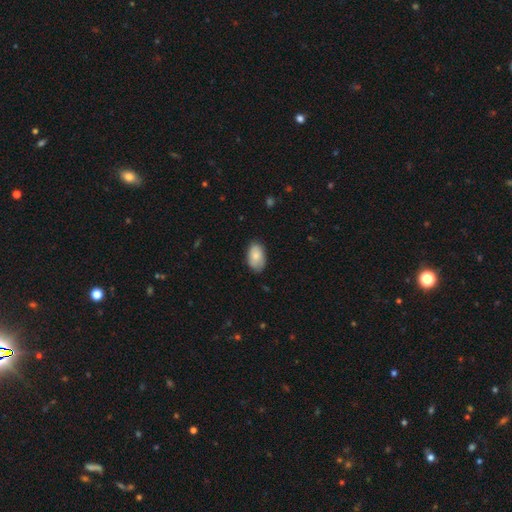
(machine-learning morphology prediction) type=smooth (79%); roundness=in between (92%); merging=none (76%).